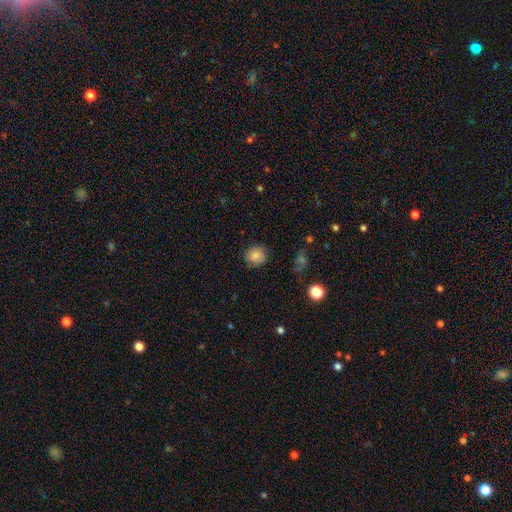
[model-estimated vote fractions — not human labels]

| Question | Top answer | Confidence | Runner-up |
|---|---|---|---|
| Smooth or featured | smooth | 82% | star or artifact (9%) |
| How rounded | round | 89% | in between (10%) |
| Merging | none | 84% | minor disturbance (12%) |